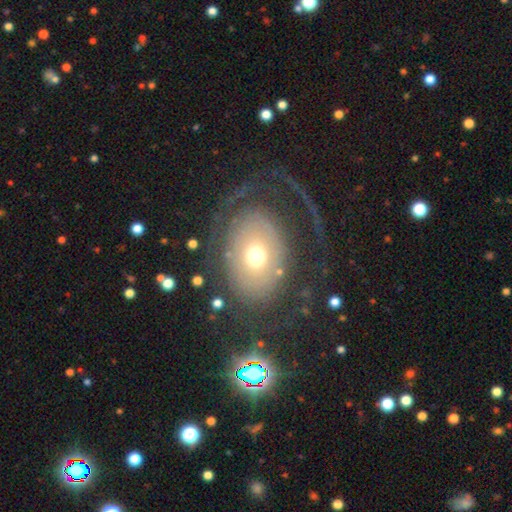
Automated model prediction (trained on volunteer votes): A featured or disk galaxy (56%) with no bar (85%), spiral arms (53%) and a moderate central bulge (66%). Merging: none (55%).